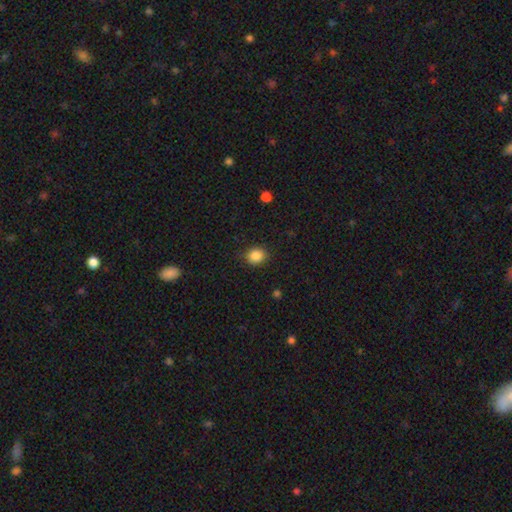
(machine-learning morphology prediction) smooth 87%, star or artifact 10%, featured or disk 4%. Down the decision tree: how rounded — round (74%); merging — none (85%).